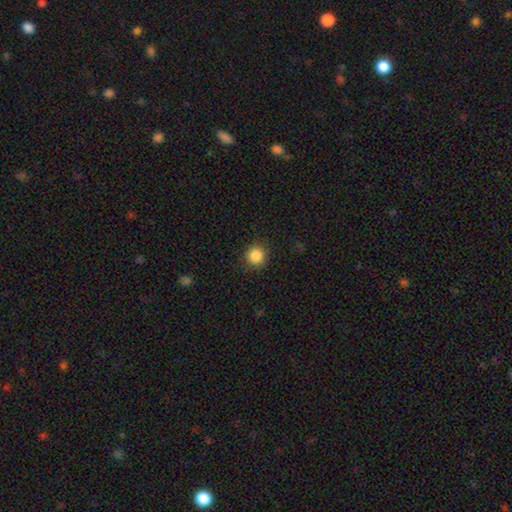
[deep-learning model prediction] This is clearly a smooth galaxy (87%). How rounded: clearly round (93%). Merging: clearly none (90%).